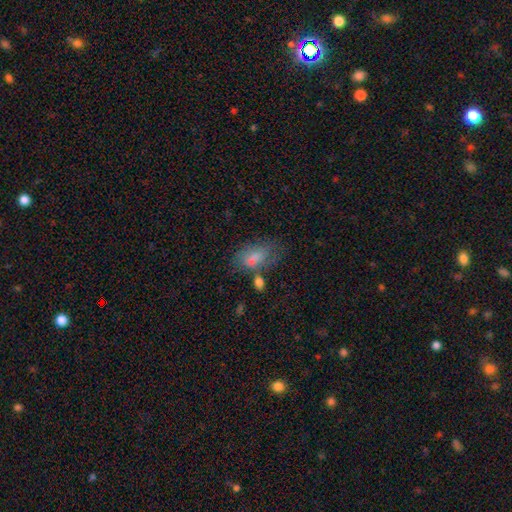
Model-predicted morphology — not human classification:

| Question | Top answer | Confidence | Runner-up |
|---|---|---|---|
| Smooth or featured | smooth | 66% | featured or disk (21%) |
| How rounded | in between | 84% | cigar-shaped (10%) |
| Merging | none | 54% | minor disturbance (22%) |